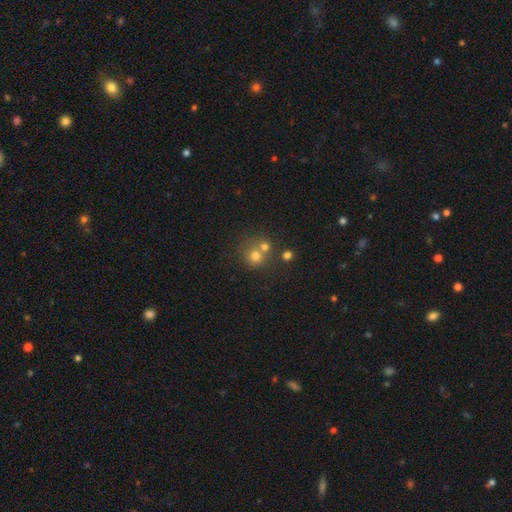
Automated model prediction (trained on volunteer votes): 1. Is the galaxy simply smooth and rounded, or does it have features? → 69% smooth, 17% star or artifact, 14% featured or disk.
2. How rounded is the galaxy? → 87% round, 12% in between, 1% cigar-shaped.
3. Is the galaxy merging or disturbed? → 48% none, 41% merger, 7% minor disturbance, 3% major disturbance.